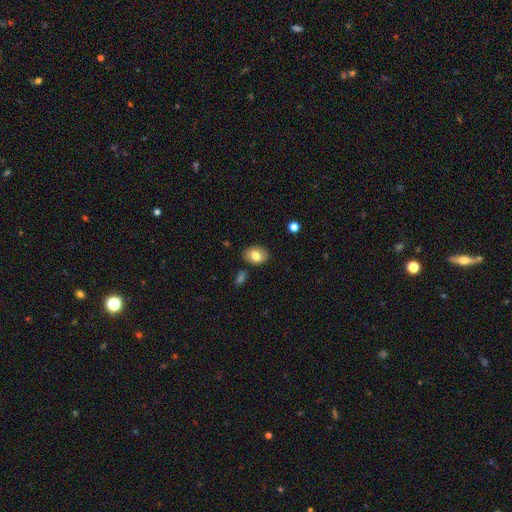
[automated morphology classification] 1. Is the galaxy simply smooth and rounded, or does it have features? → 79% smooth, 13% featured or disk, 8% star or artifact.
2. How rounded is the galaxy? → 68% in between, 31% round, 1% cigar-shaped.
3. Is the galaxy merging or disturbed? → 83% none, 11% minor disturbance, 3% merger, 3% major disturbance.